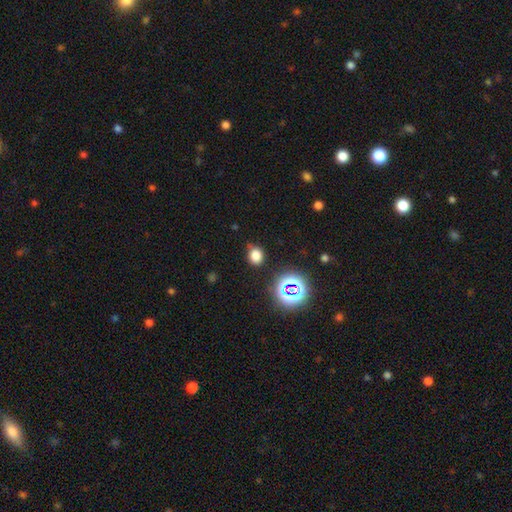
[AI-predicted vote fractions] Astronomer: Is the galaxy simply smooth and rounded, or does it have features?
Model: smooth — 74%.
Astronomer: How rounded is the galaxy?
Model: round — 60% (runner-up: in between, 39%).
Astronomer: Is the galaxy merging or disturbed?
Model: none — 75%.